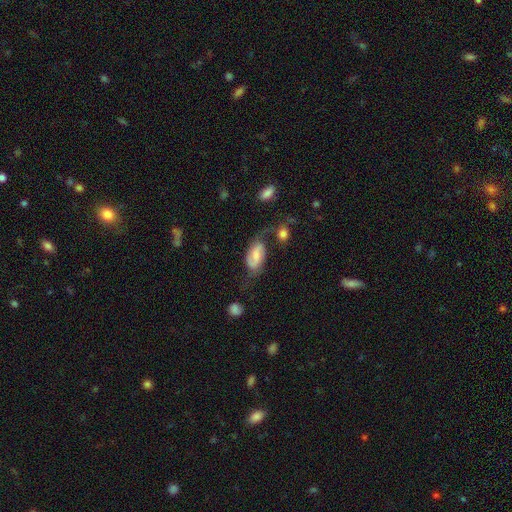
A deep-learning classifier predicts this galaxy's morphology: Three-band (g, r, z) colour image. It shows a featured or disk galaxy (55%) with a weak bar (46%), spiral arms (88%) and no central bulge (29%, tied with small). Merging: none (42%).